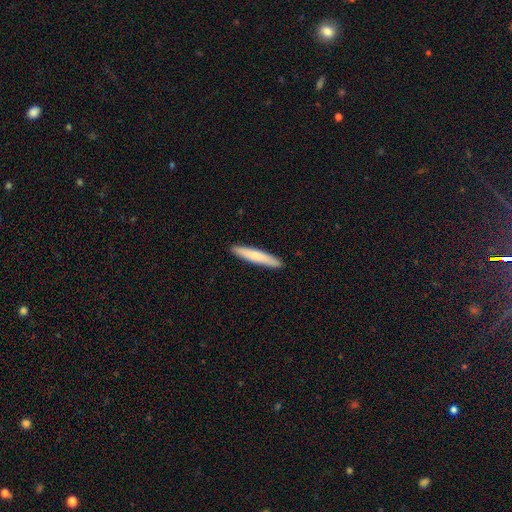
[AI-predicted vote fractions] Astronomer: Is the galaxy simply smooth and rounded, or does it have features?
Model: smooth — 74%.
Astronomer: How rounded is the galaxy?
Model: cigar-shaped — 93%.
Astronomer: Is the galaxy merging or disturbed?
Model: none — 92%.